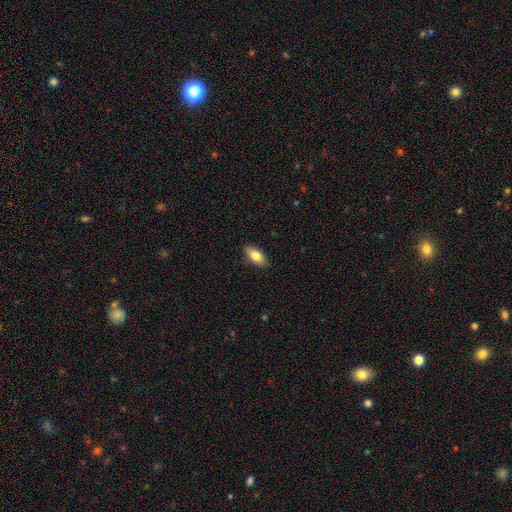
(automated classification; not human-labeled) smooth 79%, featured or disk 15%, star or artifact 7%. Down the decision tree: how rounded — in between (87%); merging — none (88%).